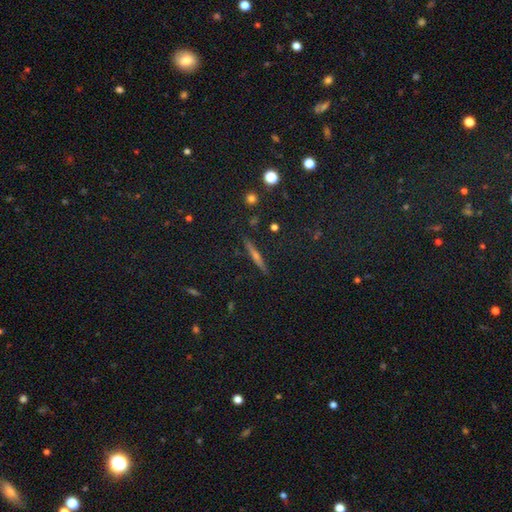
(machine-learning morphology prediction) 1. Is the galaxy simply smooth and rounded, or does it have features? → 59% featured or disk, 26% smooth, 15% star or artifact.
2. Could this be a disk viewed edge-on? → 96% yes, 4% no.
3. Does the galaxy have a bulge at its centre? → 76% rounded, 18% none, 6% boxy.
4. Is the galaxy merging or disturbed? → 90% none, 7% minor disturbance, 2% major disturbance, 1% merger.